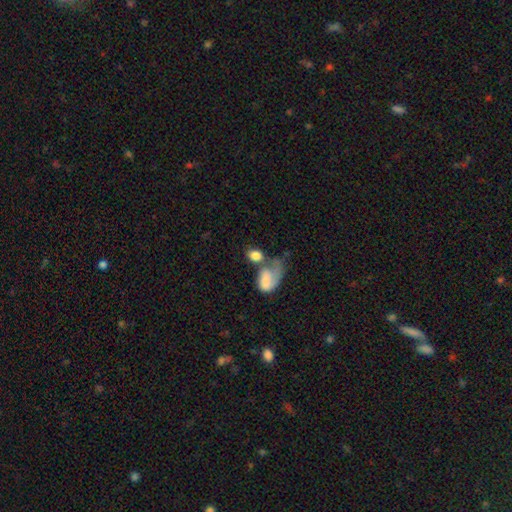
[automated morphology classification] smooth_or_featured: smooth (p=0.75) [alt: featured or disk p=0.17]
how_rounded: in between (p=0.74) [alt: round p=0.24]
merging: merger (p=0.49) [alt: none p=0.24]